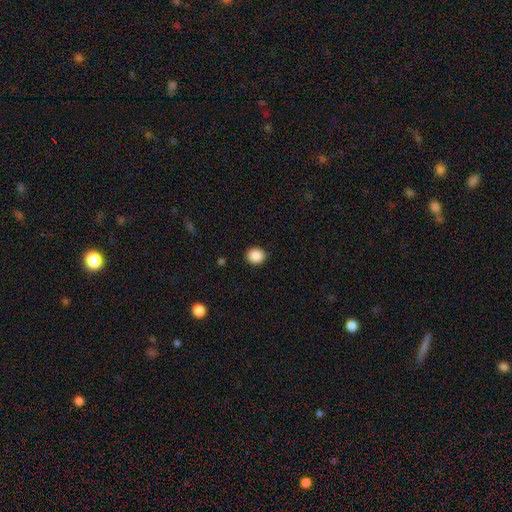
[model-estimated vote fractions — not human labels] A smooth galaxy with no disk features (88%) that is round (77%). Merging: none (89%).